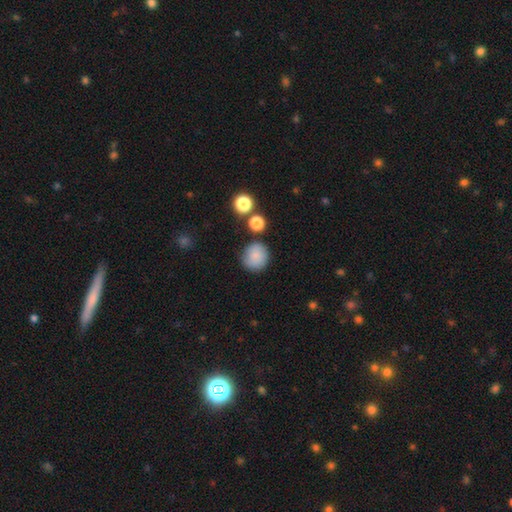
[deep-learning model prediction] A smooth galaxy with no disk features (83%) that is round (90%). Merging: none (77%).